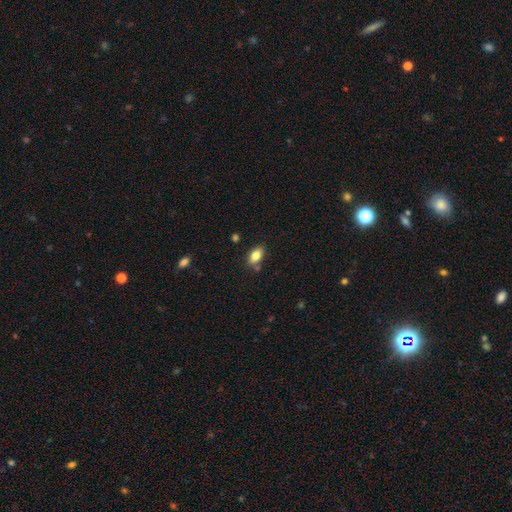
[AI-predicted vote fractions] This is likely a smooth galaxy (80%). How rounded: clearly in between (89%). Merging: likely none (76%).